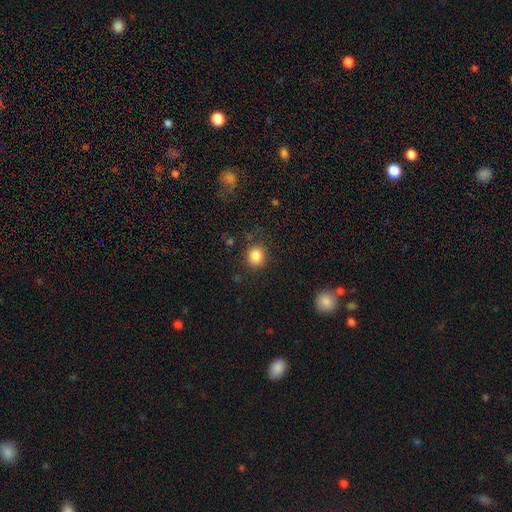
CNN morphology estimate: This is clearly a smooth galaxy (85%). How rounded: clearly round (85%). Merging: clearly none (85%).